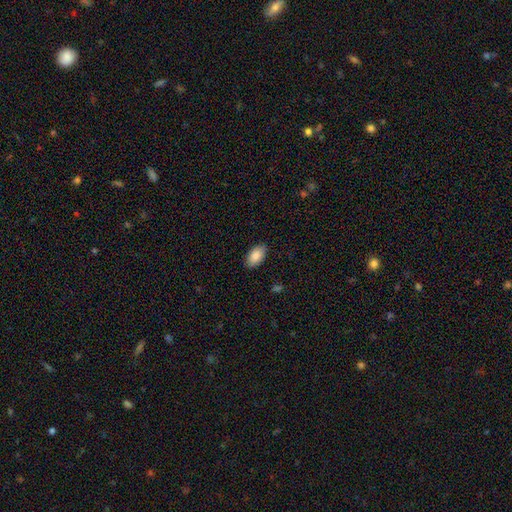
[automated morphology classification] Smooth or featured?
  - smooth: 88% *
  - star or artifact: 7%
  - featured or disk: 6%
How rounded?
  - in between: 94% *
  - round: 4%
  - cigar-shaped: 2%
Merging?
  - none: 88% *
  - minor disturbance: 9%
  - major disturbance: 2%
  - merger: 1%